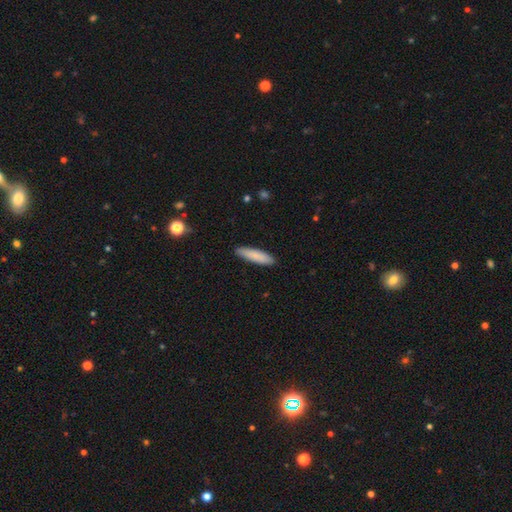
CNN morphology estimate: Smooth or featured: smooth — 85% (featured or disk — 9%)
How rounded: cigar-shaped — 79% (in between — 20%)
Merging: none — 90% (minor disturbance — 8%)